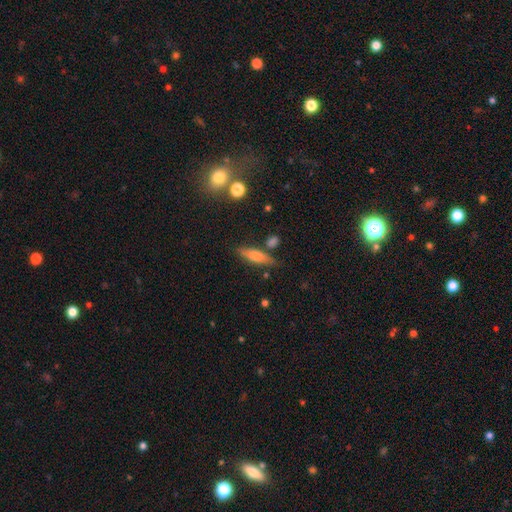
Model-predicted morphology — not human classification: Smooth or featured? Predicted: smooth (p=0.66). How rounded? Predicted: cigar-shaped (p=0.54). Merging? Predicted: none (p=0.73).